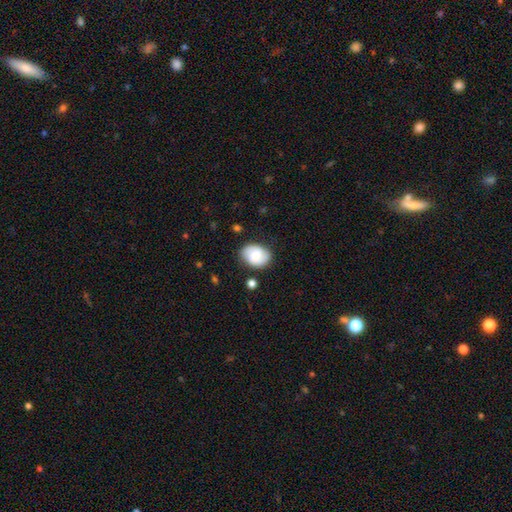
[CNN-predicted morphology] smooth_or_featured: smooth (p=0.52) [alt: featured or disk p=0.40]
how_rounded: in between (p=0.64) [alt: round p=0.35]
merging: none (p=0.77) [alt: minor disturbance p=0.16]